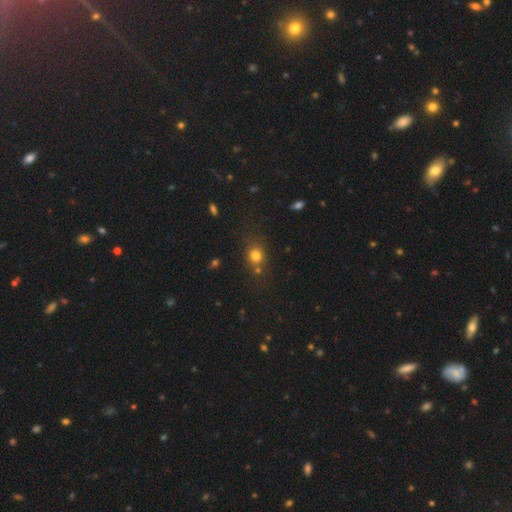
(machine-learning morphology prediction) A smooth galaxy with no disk features (77%) that is round (67%).

Vote fractions:
- Smooth or featured? smooth: 77% / star or artifact: 15% / featured or disk: 8%
- How rounded? round: 67% / in between: 32% / cigar-shaped: 2%
- Merging? none: 66% / minor disturbance: 14% / merger: 14% / major disturbance: 6%